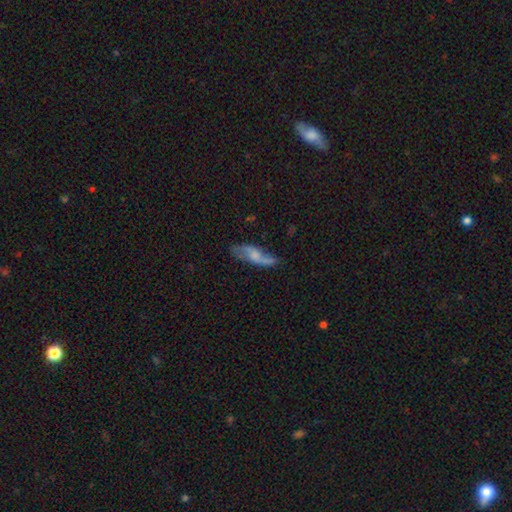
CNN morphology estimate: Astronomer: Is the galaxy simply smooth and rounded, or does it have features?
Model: featured or disk — 59%.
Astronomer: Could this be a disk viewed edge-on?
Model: no — 80%.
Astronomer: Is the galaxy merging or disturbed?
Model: none — 63%.